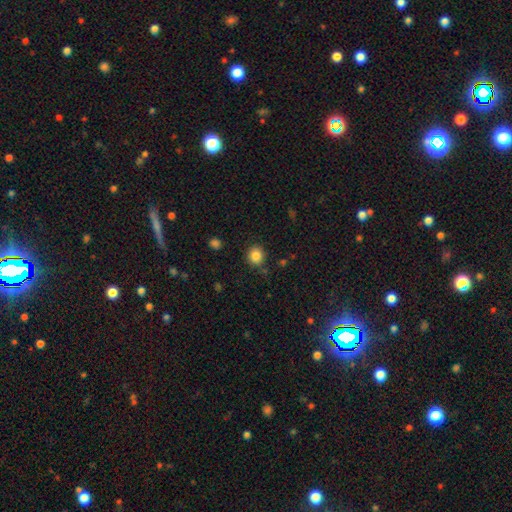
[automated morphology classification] type=smooth (85%); roundness=round (84%); merging=none (85%).